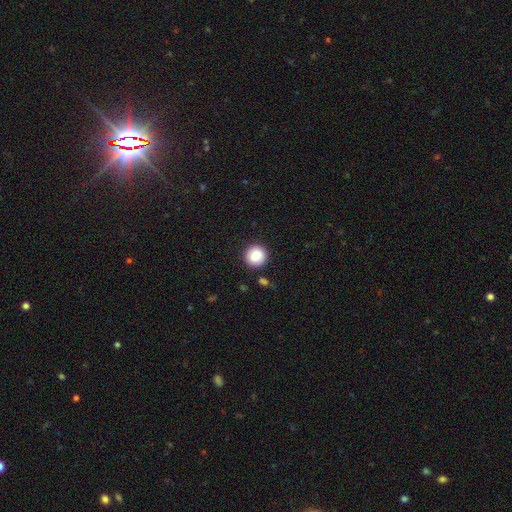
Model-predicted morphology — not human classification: smooth 84%, star or artifact 9%, featured or disk 7%. Down the decision tree: how rounded — round (92%); merging — none (88%).